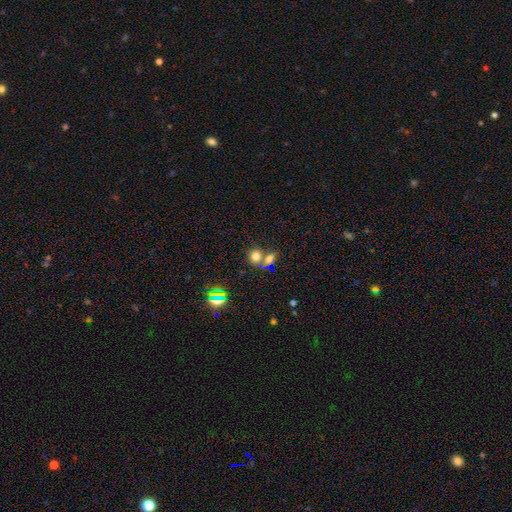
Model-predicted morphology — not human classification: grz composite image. It shows a smooth galaxy with no disk features (70%) that is round (73%). Merging: none (52%).